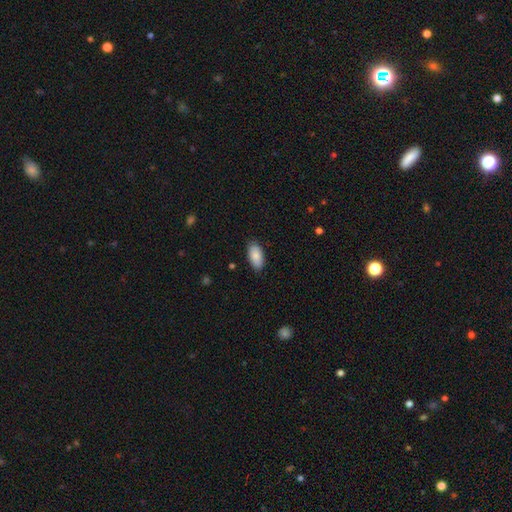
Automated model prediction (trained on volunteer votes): Q: Smooth or featured?
A: smooth (87%); runner-up: featured or disk (7%)
Q: How rounded?
A: in between (94%); runner-up: cigar-shaped (4%)
Q: Merging?
A: none (86%); runner-up: minor disturbance (11%)